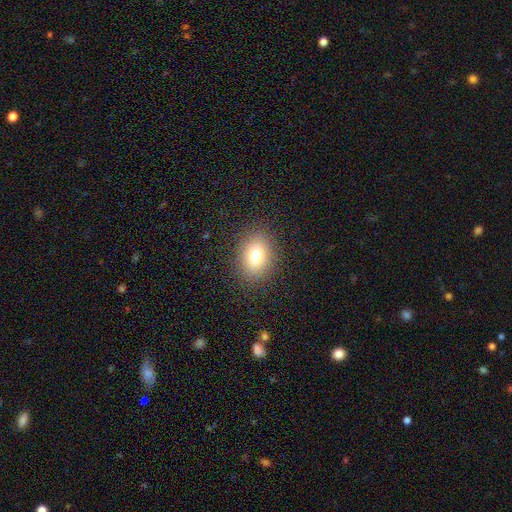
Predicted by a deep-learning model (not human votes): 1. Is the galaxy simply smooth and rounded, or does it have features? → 77% smooth, 13% star or artifact, 11% featured or disk.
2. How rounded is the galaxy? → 62% in between, 37% round, 1% cigar-shaped.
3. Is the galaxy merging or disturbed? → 87% none, 8% minor disturbance, 3% major disturbance, 1% merger.